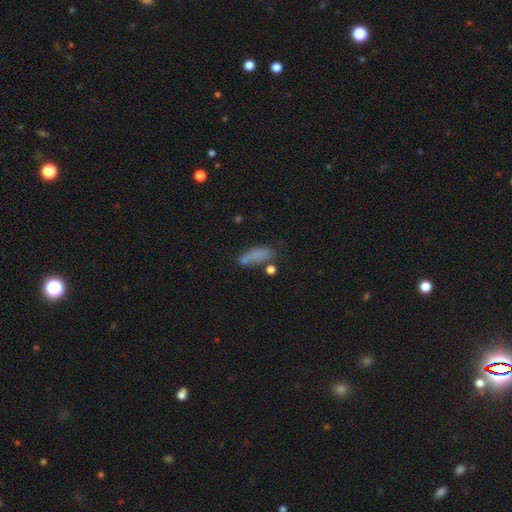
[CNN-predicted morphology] Smooth or featured? smooth (74%)
How rounded? cigar-shaped (49%)
Merging? none (56%)